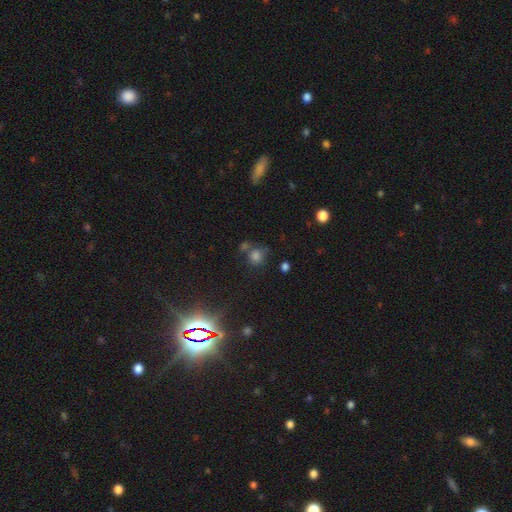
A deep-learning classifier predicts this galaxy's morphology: This appears to be a smooth galaxy with no disk features (75%) that is round (85%). Merging: none (56%).